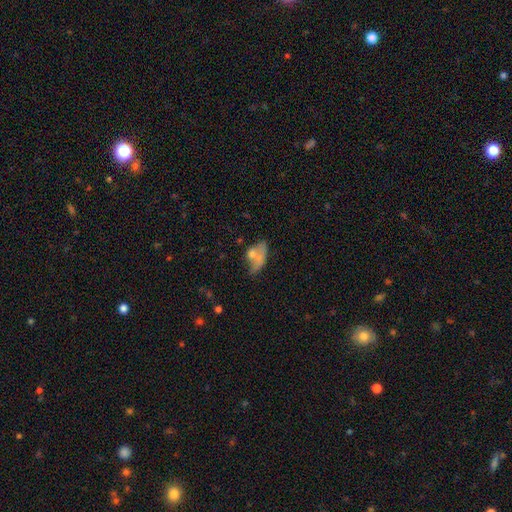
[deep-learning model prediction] smooth-or-featured: smooth: 59% | featured or disk: 30% | star or artifact: 12%
  how-rounded: in between: 85% | round: 9% | cigar-shaped: 6%
  merging: merger: 29% (tied) | none: 29% (tied) | minor disturbance: 21% | major disturbance: 21%